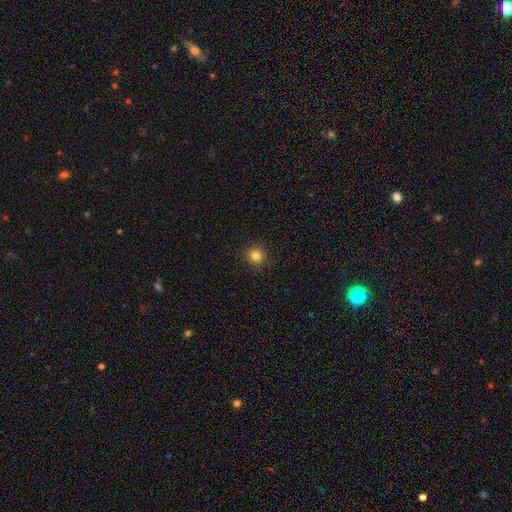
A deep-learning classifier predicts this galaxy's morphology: Smooth or featured? Predicted: smooth (p=0.82). How rounded? Predicted: round (p=0.92). Merging? Predicted: none (p=0.93).